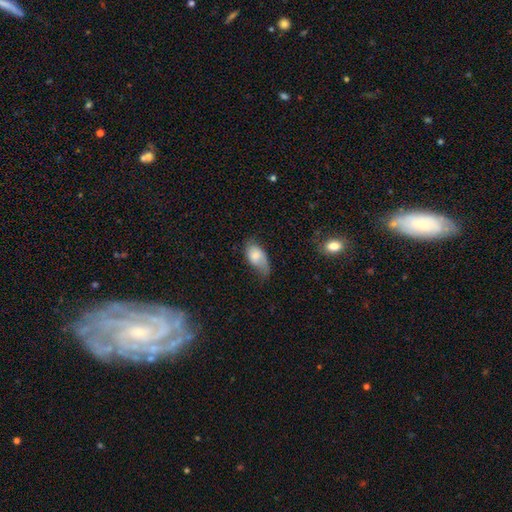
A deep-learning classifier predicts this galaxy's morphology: This appears to be a smooth galaxy with no disk features (68%) that is in between round and cigar-shaped (92%). Merging: none (40%).